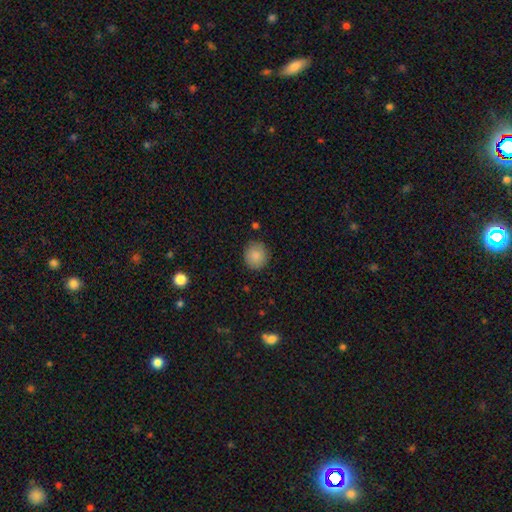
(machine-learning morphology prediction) This appears to be a smooth galaxy with no disk features (86%) that is round (87%). Merging: none (88%).